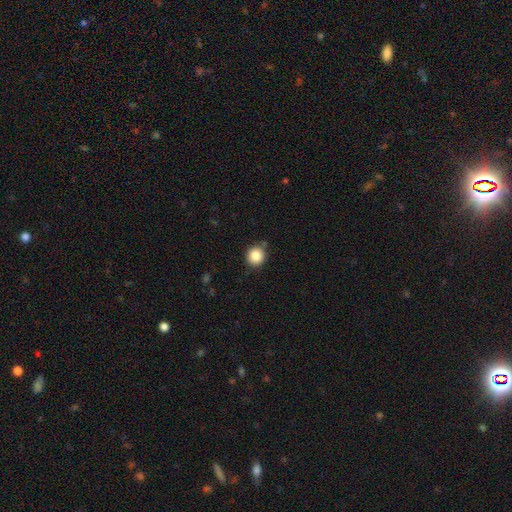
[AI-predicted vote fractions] The model was most divided on "merging": none: 83%, minor disturbance: 12%, merger: 3%, major disturbance: 3%. More confident: how rounded — round (90%); smooth or featured — smooth (86%).